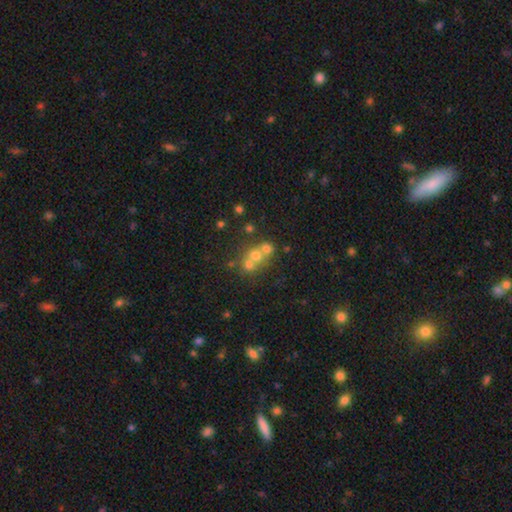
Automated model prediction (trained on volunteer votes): A smooth galaxy with no disk features (56%) that is round (80%). Merging: merger (55%).